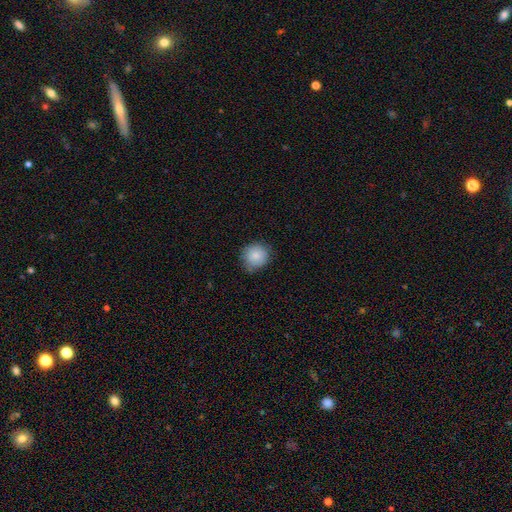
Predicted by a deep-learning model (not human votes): Smooth or featured? smooth (84%)
How rounded? round (89%)
Merging? none (74%)